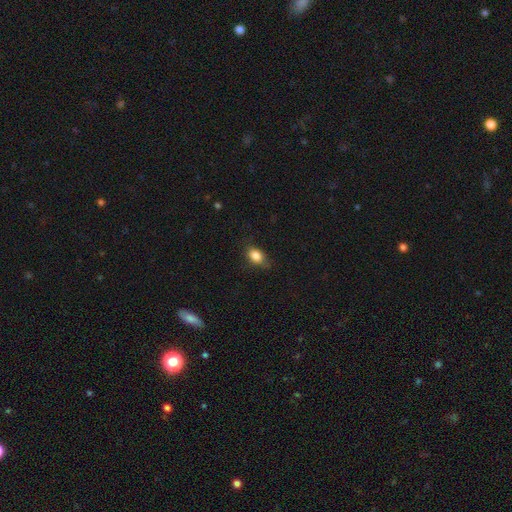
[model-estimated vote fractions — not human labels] Smooth or featured: smooth — 84% (star or artifact — 9%)
How rounded: in between — 77% (round — 21%)
Merging: none — 67% (minor disturbance — 26%)